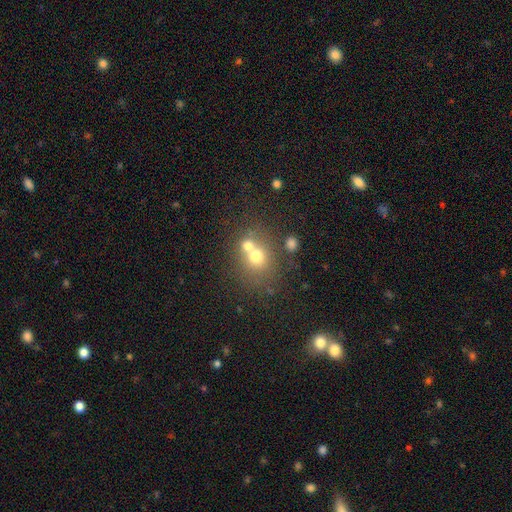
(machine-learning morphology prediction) Overall: smooth (66%). How rounded: round (73%). Merging: merger (51%; none 38%).